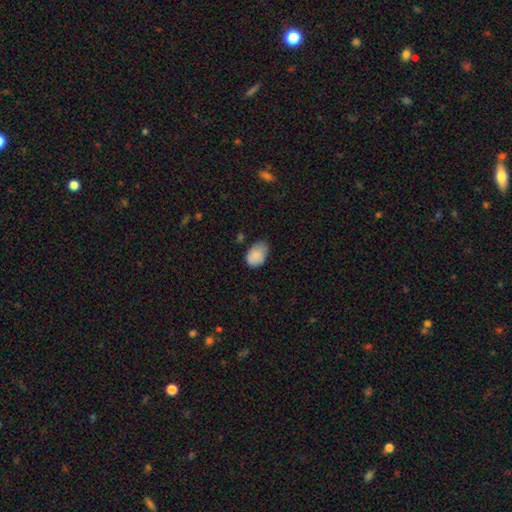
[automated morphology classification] A smooth galaxy with no disk features (86%) that is in between round and cigar-shaped (85%).

Vote fractions:
- Smooth or featured? smooth: 86% / star or artifact: 7% / featured or disk: 6%
- How rounded? in between: 85% / round: 14% / cigar-shaped: 1%
- Merging? none: 55% / minor disturbance: 37% / major disturbance: 6% / merger: 2%